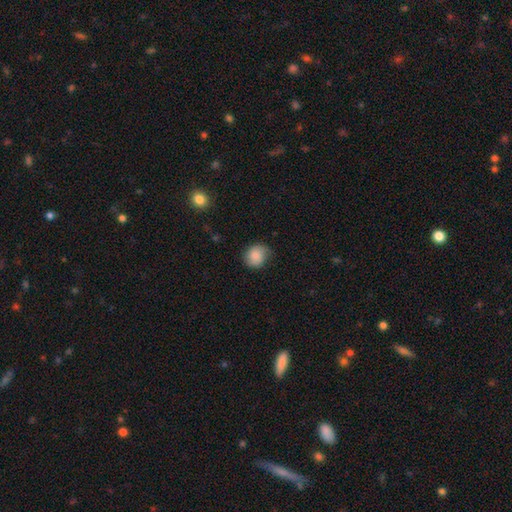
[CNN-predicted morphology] type=smooth (84%); roundness=round (71%); merging=none (71%).